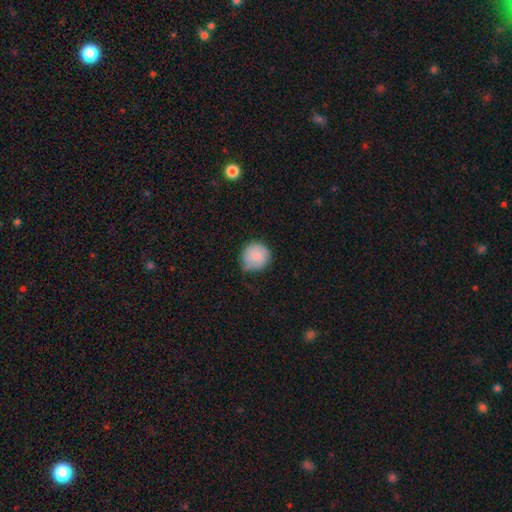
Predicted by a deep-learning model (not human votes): Smooth or featured? smooth (85%)
How rounded? round (92%)
Merging? none (55%)